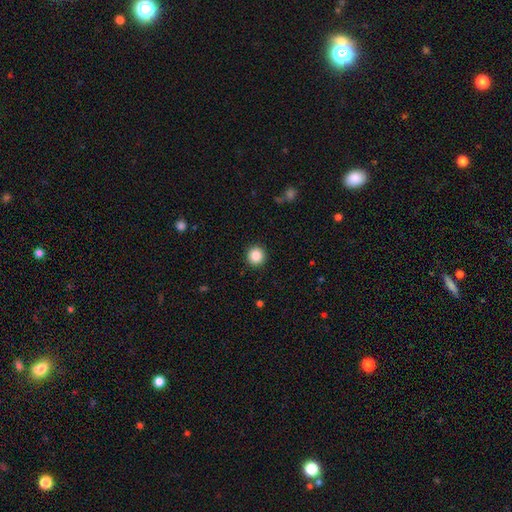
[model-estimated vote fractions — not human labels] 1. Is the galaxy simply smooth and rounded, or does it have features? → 87% smooth, 10% star or artifact, 4% featured or disk.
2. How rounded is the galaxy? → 95% round, 4% in between, 1% cigar-shaped.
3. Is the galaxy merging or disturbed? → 92% none, 5% minor disturbance, 2% major disturbance, 1% merger.